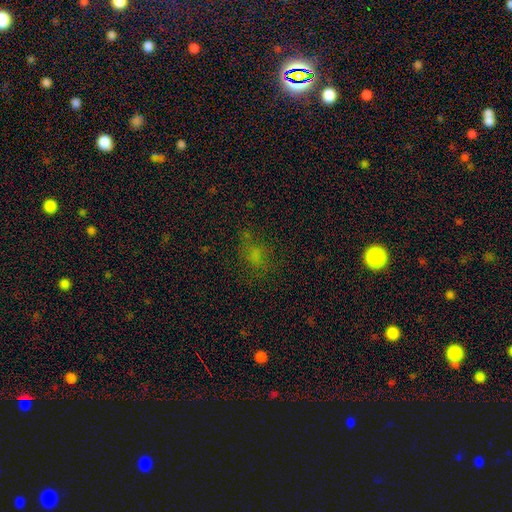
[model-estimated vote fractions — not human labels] Morphology: type=smooth (60%); roundness=in between (67%); merging=none (61%).